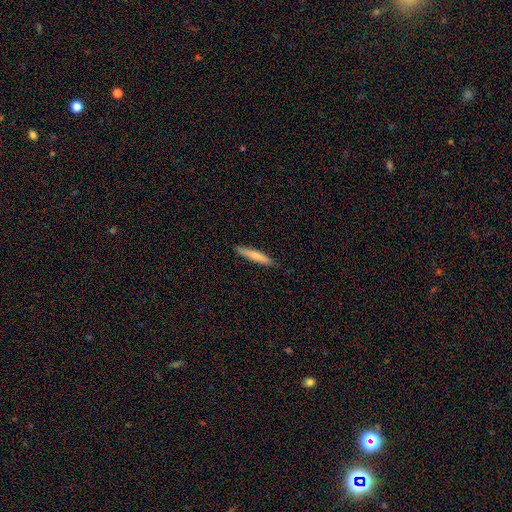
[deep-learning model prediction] Overall: smooth (74%). How rounded: cigar-shaped (91%). Merging: none (88%).